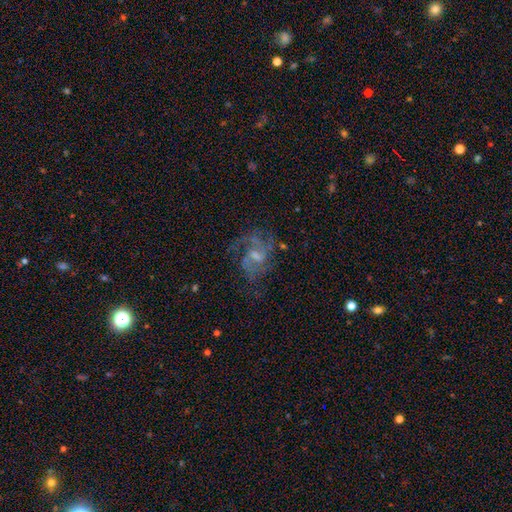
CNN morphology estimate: type=featured or disk (82%); edge-on=no (97%); bar=weak (58%); spiral arms=yes (93%); winding=medium (52%); arm count=2 (47%); bulge=small (44%); merging=none (59%).